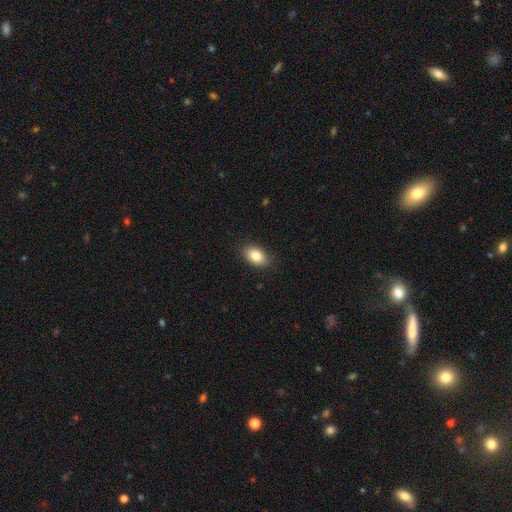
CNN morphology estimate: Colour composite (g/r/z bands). It shows a smooth galaxy with no disk features (84%) that is in between round and cigar-shaped (87%). Merging: none (87%).